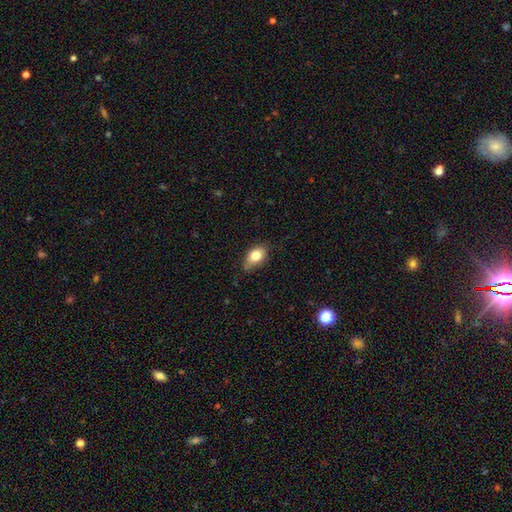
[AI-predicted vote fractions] A smooth galaxy with no disk features (78%) that is in between round and cigar-shaped (83%).

Vote fractions:
- Smooth or featured? smooth: 78% / featured or disk: 14% / star or artifact: 8%
- How rounded? in between: 83% / round: 14% / cigar-shaped: 3%
- Merging? none: 66% / minor disturbance: 28% / major disturbance: 4% / merger: 1%